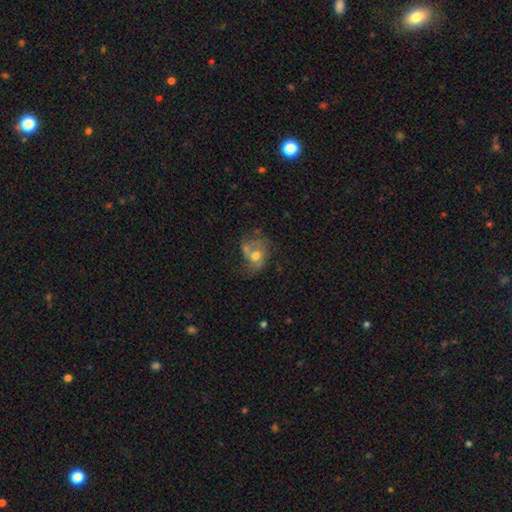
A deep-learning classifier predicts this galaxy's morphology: Smooth or featured?
  - featured or disk: 47% *
  - smooth: 43%
  - star or artifact: 10%
Merging?
  - none: 37% *
  - minor disturbance: 24%
  - major disturbance: 20%
  - merger: 18%